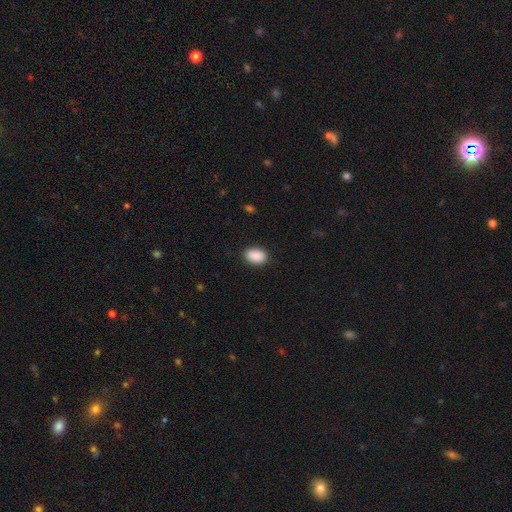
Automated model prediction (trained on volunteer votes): Smooth or featured: smooth — 91% (star or artifact — 7%)
How rounded: in between — 88% (round — 11%)
Merging: none — 89% (minor disturbance — 8%)